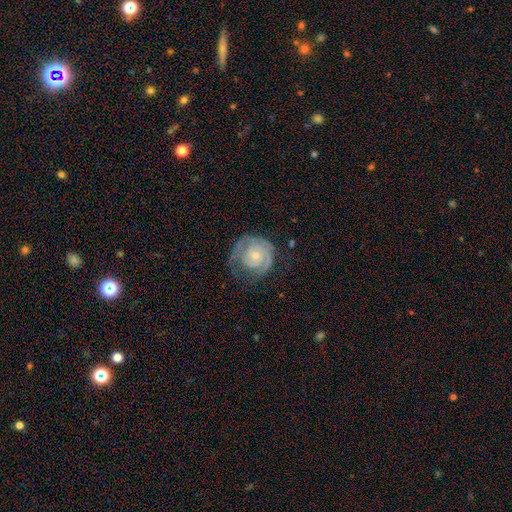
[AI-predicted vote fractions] The model was most divided on "spiral arm count": 2: 43%, can't tell: 25%, 1: 16%, 3: 11%, 4: 3%, more than 4: 3%. More confident: edge-on disk — no (98%); spiral arms — yes (92%); bar — no (77%); smooth or featured — featured or disk (77%); spiral winding — tight (70%); bulge size — small (65%); merging — none (59%).